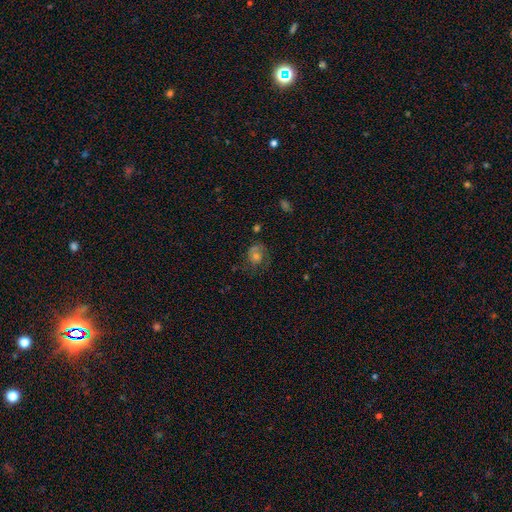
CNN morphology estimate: A featured or disk galaxy (50%). Merging: none (63%).